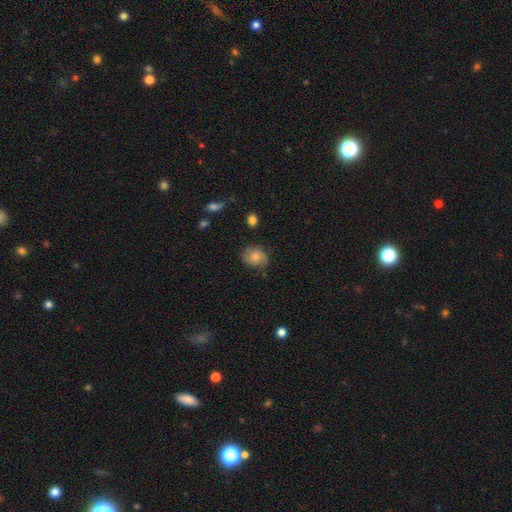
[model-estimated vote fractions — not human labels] The model was most divided on "how rounded": round: 64%, in between: 35%, cigar-shaped: 1%. More confident: smooth or featured — smooth (64%); merging — none (62%).